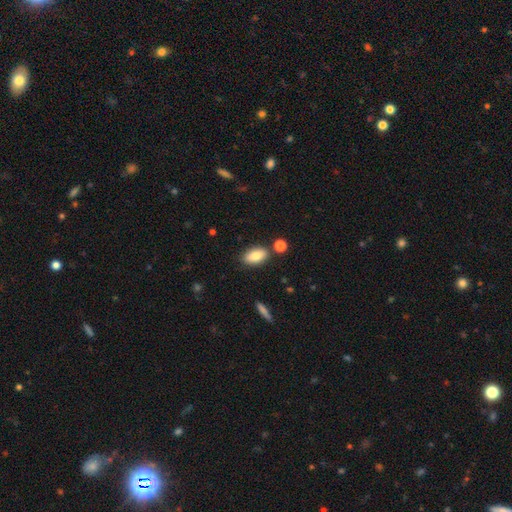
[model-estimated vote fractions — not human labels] smooth 80%, featured or disk 12%, star or artifact 7%. Down the decision tree: how rounded — in between (90%); merging — none (81%).